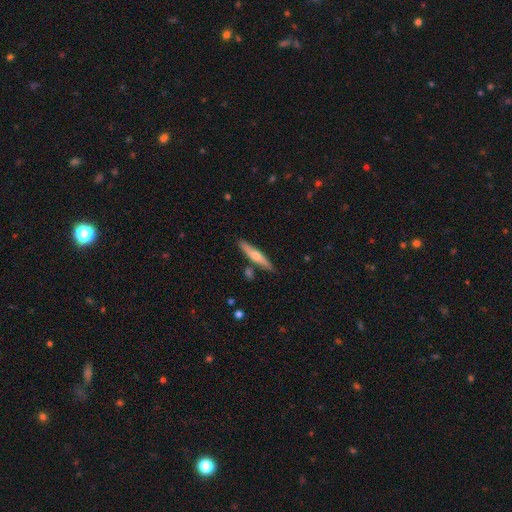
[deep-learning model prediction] Smooth or featured?
  - smooth: 50% *
  - featured or disk: 44%
  - star or artifact: 6%
How rounded?
  - cigar-shaped: 90% *
  - in between: 8%
  - round: 2%
Merging?
  - none: 84% *
  - minor disturbance: 9%
  - merger: 5%
  - major disturbance: 2%